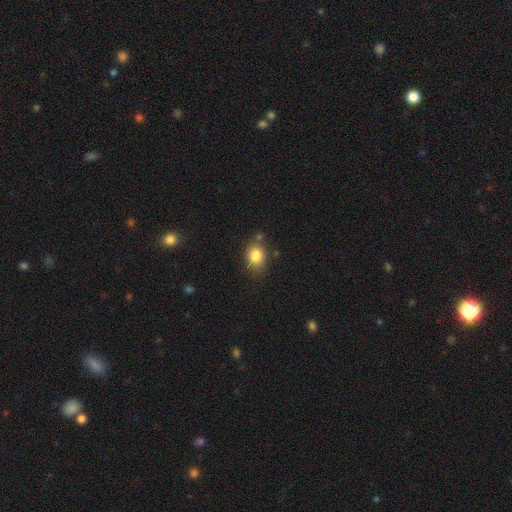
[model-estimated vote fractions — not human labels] Smooth or featured? Predicted: smooth (p=0.84). How rounded? Predicted: in between (p=0.58). Merging? Predicted: none (p=0.73).